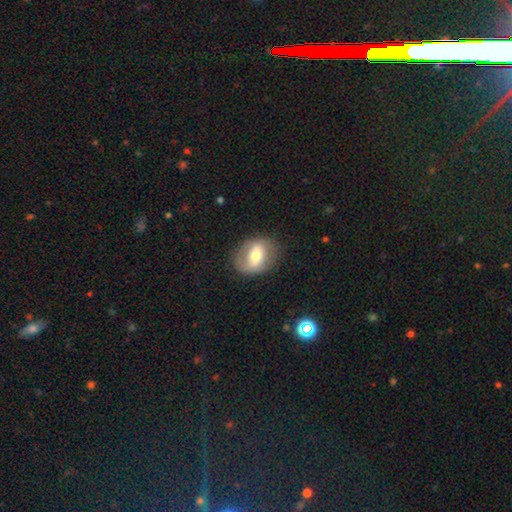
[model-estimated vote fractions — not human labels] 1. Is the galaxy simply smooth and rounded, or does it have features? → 49% smooth, 44% featured or disk, 7% star or artifact.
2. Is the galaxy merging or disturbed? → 78% none, 14% minor disturbance, 7% major disturbance, 1% merger.